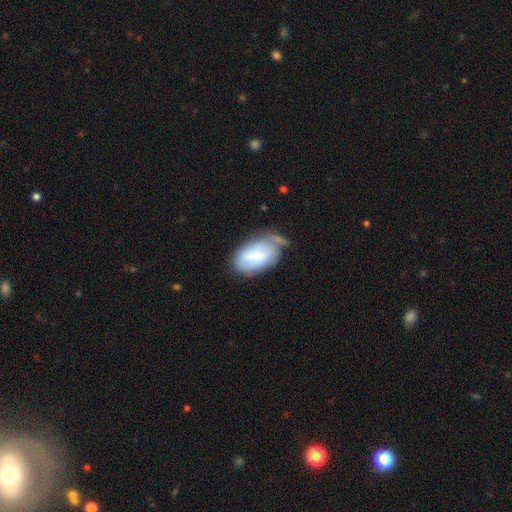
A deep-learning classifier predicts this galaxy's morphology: This is possibly a smooth galaxy (52%). How rounded: clearly in between (92%). Merging: marginally none (37%).